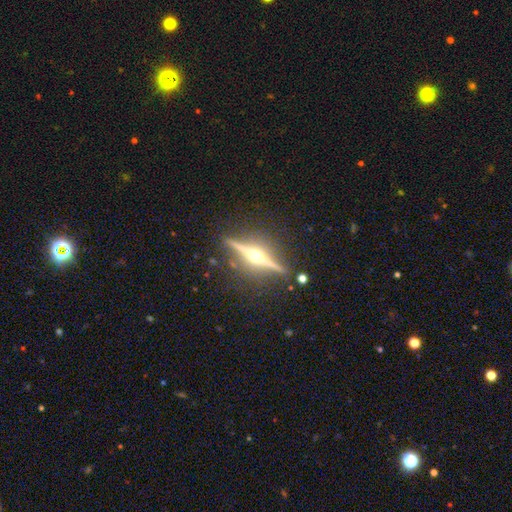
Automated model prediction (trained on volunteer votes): smooth-or-featured: featured or disk: 88% | smooth: 7% | star or artifact: 5%
  disk-edge-on: yes: 98% | no: 2%
    edge-on-bulge: rounded: 96% | boxy: 2% | none: 2%
  merging: none: 88% | minor disturbance: 8% | merger: 2% | major disturbance: 2%